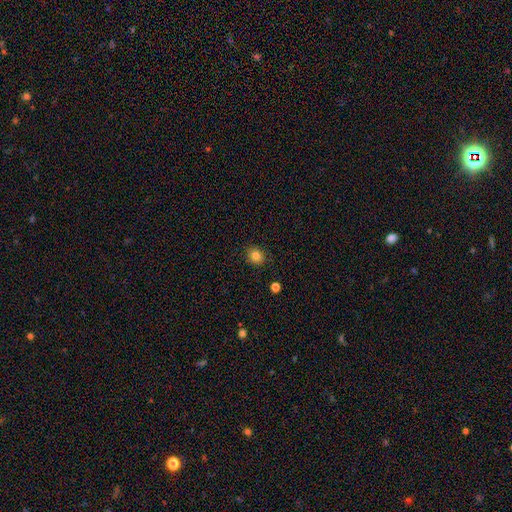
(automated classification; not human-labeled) A smooth galaxy with no disk features (83%) that is round (75%). Merging: none (88%).